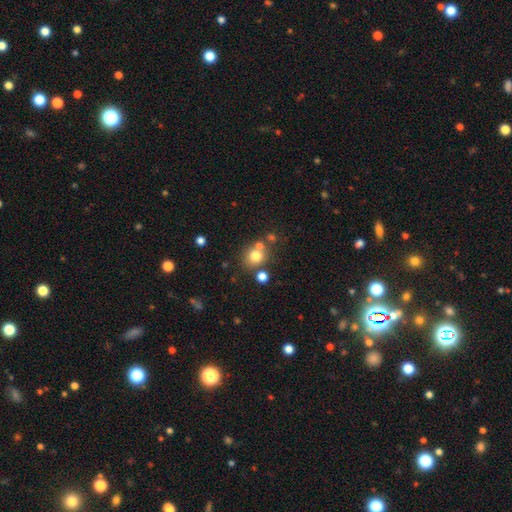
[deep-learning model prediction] Smooth or featured?
  - smooth: 75% *
  - star or artifact: 15%
  - featured or disk: 10%
How rounded?
  - round: 82% *
  - in between: 17%
  - cigar-shaped: 1%
Merging?
  - none: 65% *
  - merger: 21%
  - minor disturbance: 9%
  - major disturbance: 4%